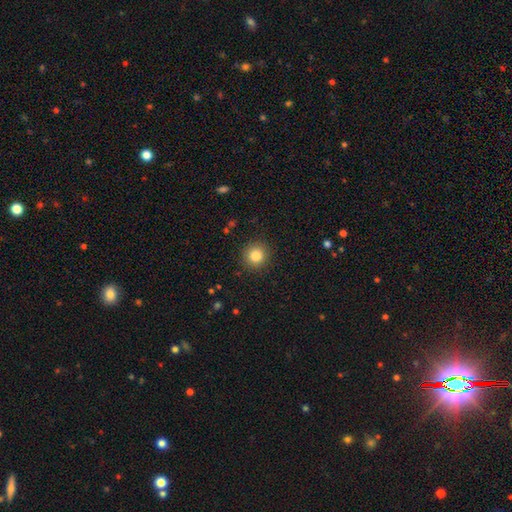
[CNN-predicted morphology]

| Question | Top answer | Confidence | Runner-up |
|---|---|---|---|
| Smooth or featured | smooth | 83% | star or artifact (11%) |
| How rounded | round | 93% | in between (6%) |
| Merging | none | 90% | minor disturbance (6%) |